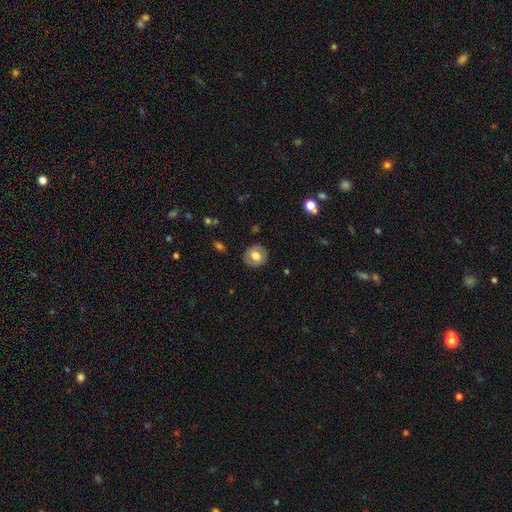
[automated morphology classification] type=smooth (70%); roundness=round (79%); merging=none (86%).